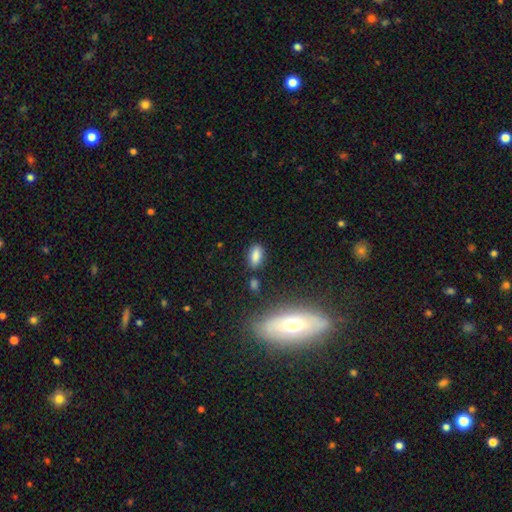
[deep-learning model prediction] Smooth or featured? smooth (83%)
How rounded? in between (87%)
Merging? none (79%)